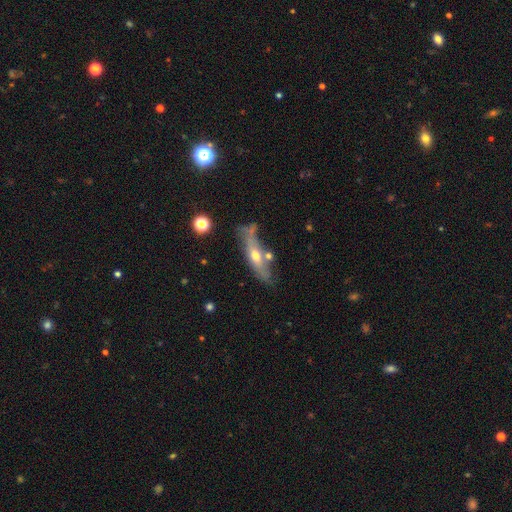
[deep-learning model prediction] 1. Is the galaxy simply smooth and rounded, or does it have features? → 54% featured or disk, 40% smooth, 7% star or artifact.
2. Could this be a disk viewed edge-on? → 58% yes, 42% no.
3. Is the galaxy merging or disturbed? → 56% none, 22% minor disturbance, 14% merger, 9% major disturbance.